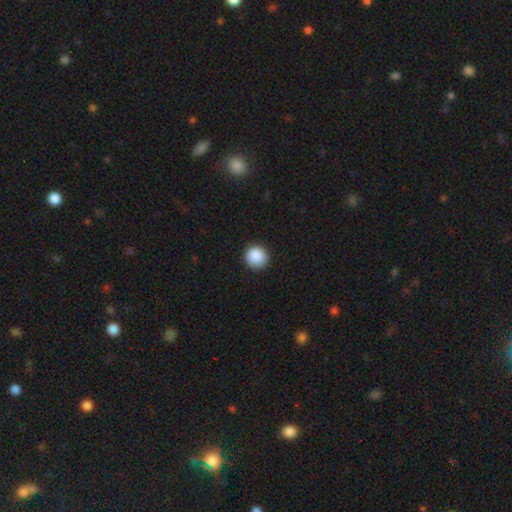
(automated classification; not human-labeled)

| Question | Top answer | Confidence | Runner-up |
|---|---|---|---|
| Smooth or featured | smooth | 88% | star or artifact (9%) |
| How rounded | round | 94% | in between (5%) |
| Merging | none | 91% | minor disturbance (6%) |